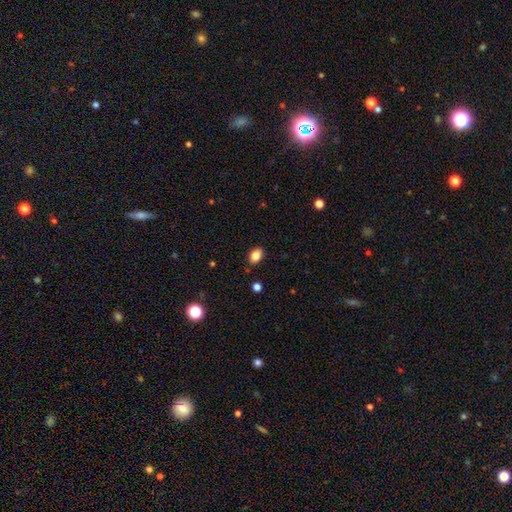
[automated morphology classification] smooth_or_featured: smooth (p=0.84) [alt: star or artifact p=0.09]
how_rounded: in between (p=0.83) [alt: round p=0.15]
merging: none (p=0.87) [alt: minor disturbance p=0.09]